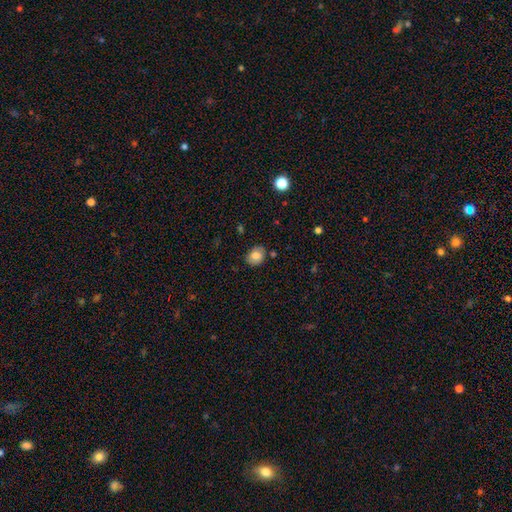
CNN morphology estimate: Smooth or featured: smooth — 78% (featured or disk — 13%)
How rounded: in between — 53% (round — 46%)
Merging: none — 81% (minor disturbance — 14%)